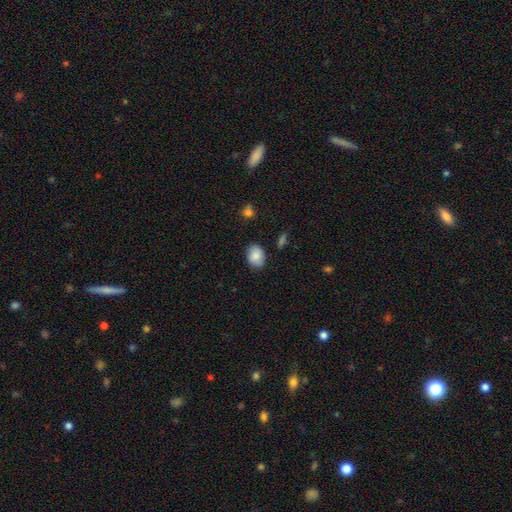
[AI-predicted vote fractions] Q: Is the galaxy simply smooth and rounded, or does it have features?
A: smooth — 83%.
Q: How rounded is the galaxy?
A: in between — 72%.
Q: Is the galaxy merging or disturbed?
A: none — 82%.